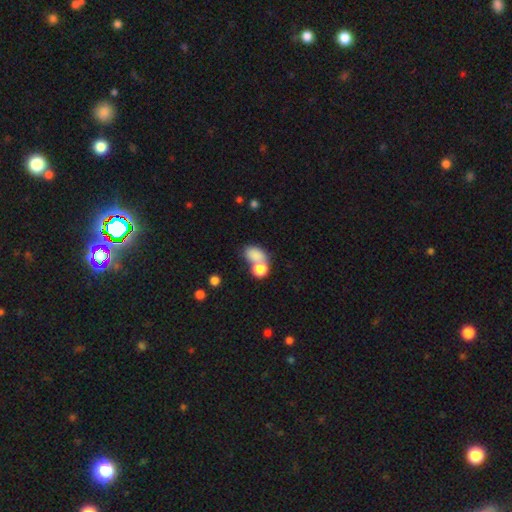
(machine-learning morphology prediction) A smooth galaxy with no disk features (81%) that is in between round and cigar-shaped (76%).

Vote fractions:
- Smooth or featured? smooth: 81% / star or artifact: 10% / featured or disk: 9%
- How rounded? in between: 76% / round: 23% / cigar-shaped: 2%
- Merging? merger: 50% / none: 33% / minor disturbance: 11% / major disturbance: 7%